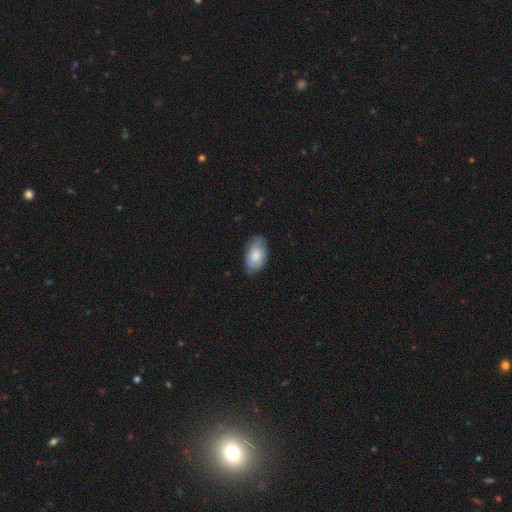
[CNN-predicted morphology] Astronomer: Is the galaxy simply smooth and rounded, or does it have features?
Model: smooth — 69%.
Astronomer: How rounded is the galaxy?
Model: in between — 93%.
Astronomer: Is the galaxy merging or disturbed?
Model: none — 72%.